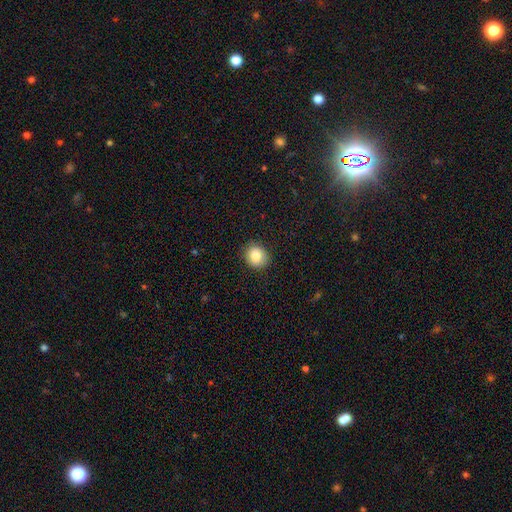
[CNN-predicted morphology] smooth 84%, star or artifact 9%, featured or disk 7%. Down the decision tree: how rounded — round (78%); merging — none (89%).